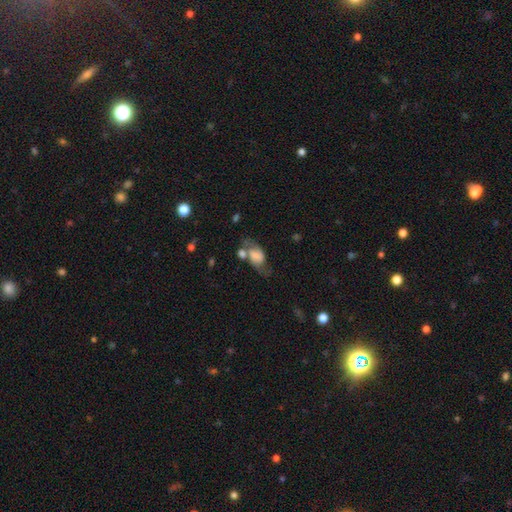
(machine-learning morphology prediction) Q: Smooth or featured?
A: smooth (46%); runner-up: featured or disk (45%)
Q: Merging?
A: none (39%); runner-up: minor disturbance (23%)